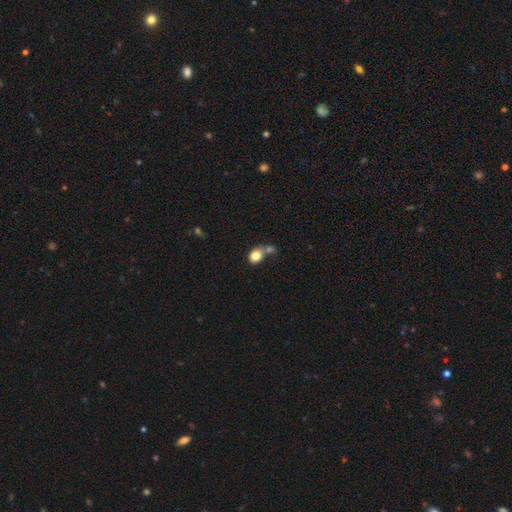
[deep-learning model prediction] Smooth or featured: smooth — 82% (featured or disk — 9%)
How rounded: in between — 51% (round — 48%)
Merging: merger — 40% (none — 39%)